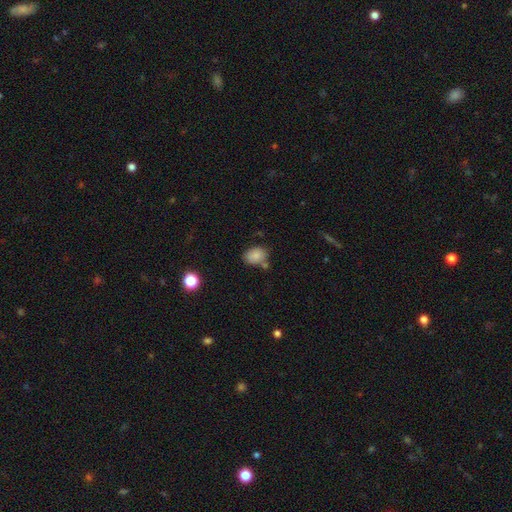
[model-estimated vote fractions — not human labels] A smooth galaxy with no disk features (85%) that is in between round and cigar-shaped (75%). Merging: none (66%).